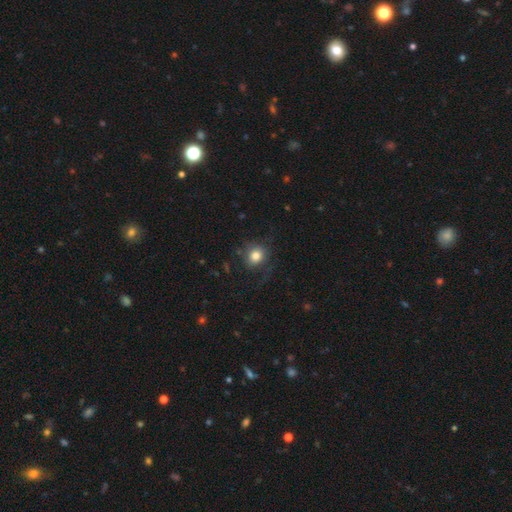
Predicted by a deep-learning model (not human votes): This appears to be a smooth galaxy with no disk features (79%) that is round (75%). Merging: none (68%).